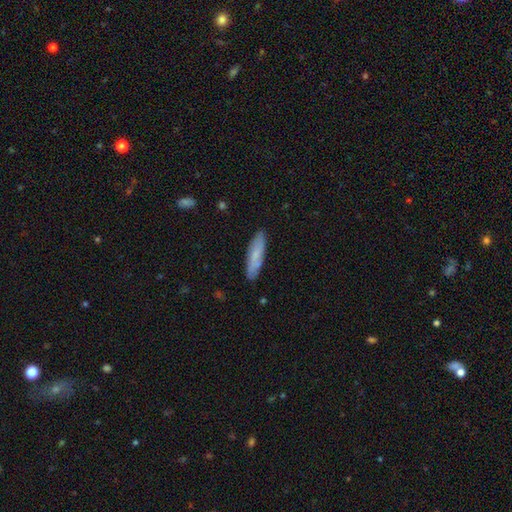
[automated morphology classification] The model was most divided on "smooth or featured": smooth: 68%, featured or disk: 26%, star or artifact: 6%. More confident: merging — none (85%); how rounded — cigar-shaped (73%).